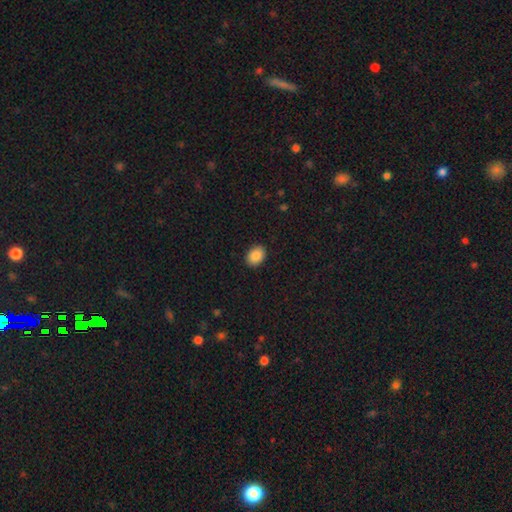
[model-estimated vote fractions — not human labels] Q: Smooth or featured?
A: smooth (88%); runner-up: star or artifact (8%)
Q: How rounded?
A: in between (72%); runner-up: round (27%)
Q: Merging?
A: none (90%); runner-up: minor disturbance (7%)